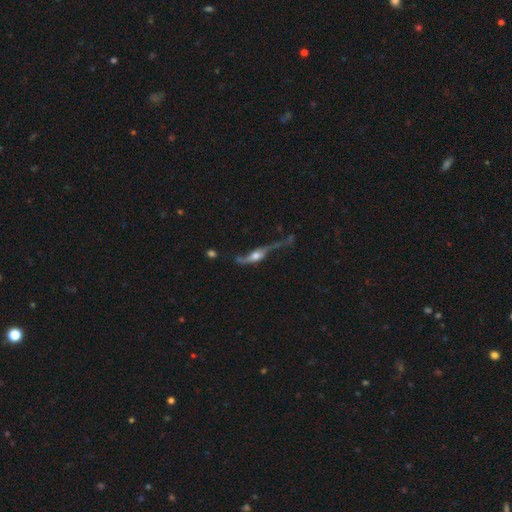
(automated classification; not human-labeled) Overall: featured or disk (72%). Edge-on disk: no (53%; yes 47%). Merging: none (34%; major disturbance 33%).